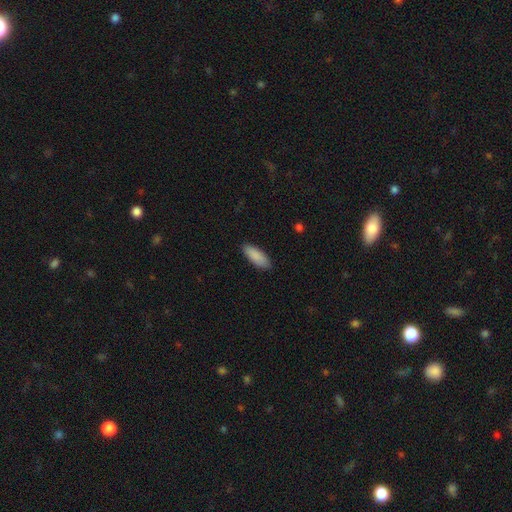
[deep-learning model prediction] Smooth or featured? Predicted: smooth (p=0.89). How rounded? Predicted: in between (p=0.70). Merging? Predicted: none (p=0.88).